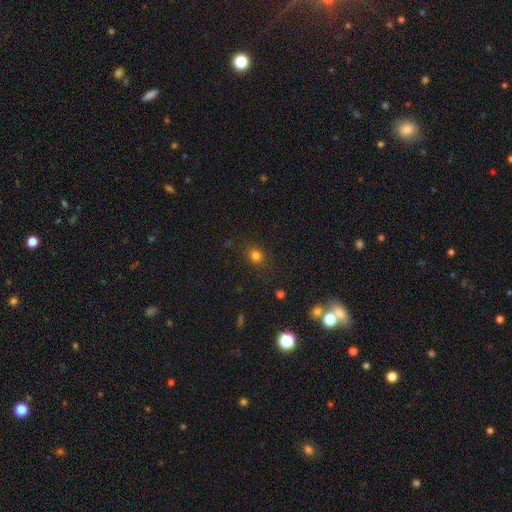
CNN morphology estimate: This appears to be a smooth galaxy with no disk features (78%) that is round (70%). Merging: none (83%).